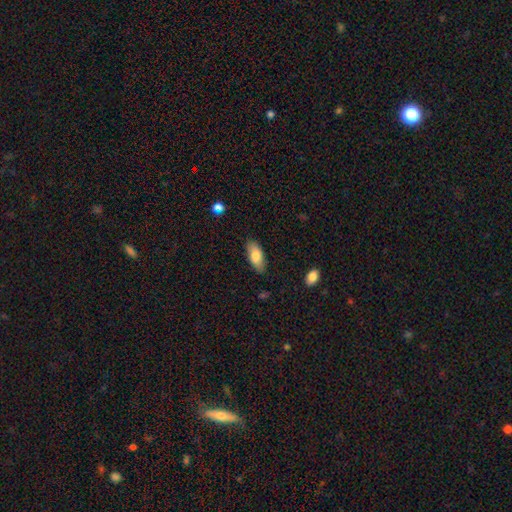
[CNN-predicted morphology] This is likely a smooth galaxy (79%). How rounded: clearly in between (85%). Merging: clearly none (83%).